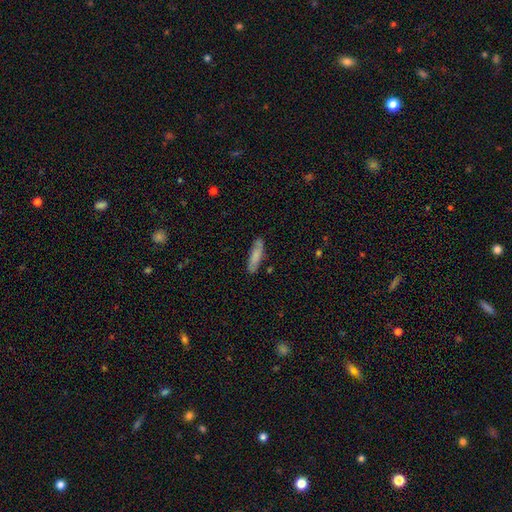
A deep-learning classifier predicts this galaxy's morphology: smooth_or_featured: smooth (p=0.77) [alt: featured or disk p=0.17]
how_rounded: cigar-shaped (p=0.72) [alt: in between p=0.26]
merging: none (p=0.82) [alt: minor disturbance p=0.13]